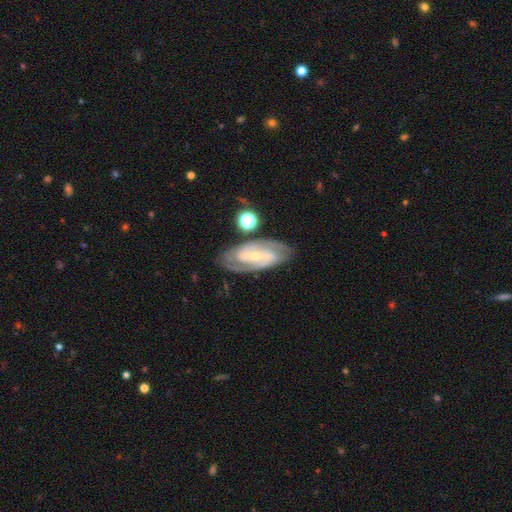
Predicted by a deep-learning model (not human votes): This is clearly a featured or disk galaxy (86%). It is clearly not viewed edge-on (94%). Bar: possibly strong (50%). Spiral arm pattern: clearly yes (96%). Spiral arm count: clearly 2 (84%). Spiral winding: possibly tight (47%). Central bulge: likely small (68%). Merging: likely none (80%).